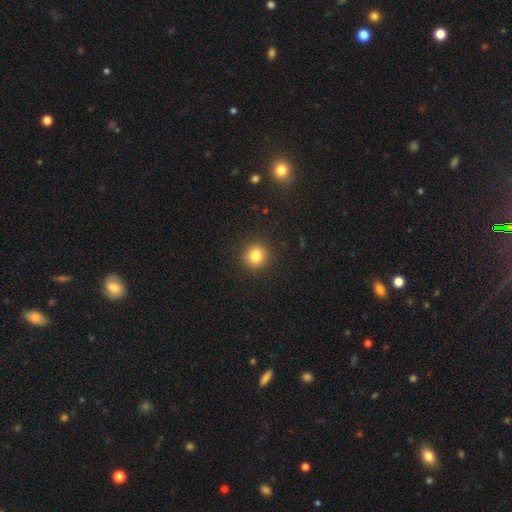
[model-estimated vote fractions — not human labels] This is clearly a smooth galaxy (82%). How rounded: clearly round (91%). Merging: clearly none (91%).